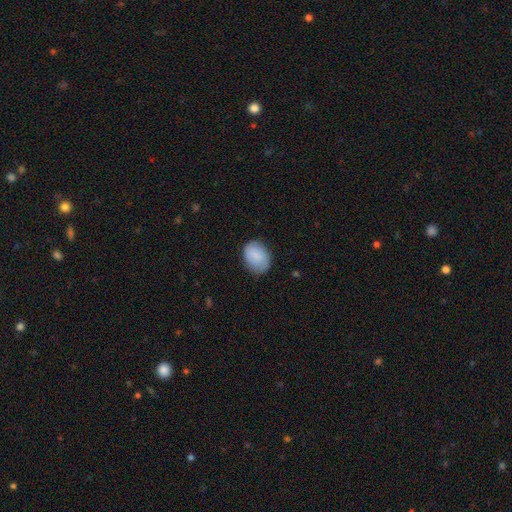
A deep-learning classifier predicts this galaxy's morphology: Smooth or featured: smooth — 78% (featured or disk — 15%)
How rounded: in between — 73% (round — 26%)
Merging: none — 77% (minor disturbance — 19%)